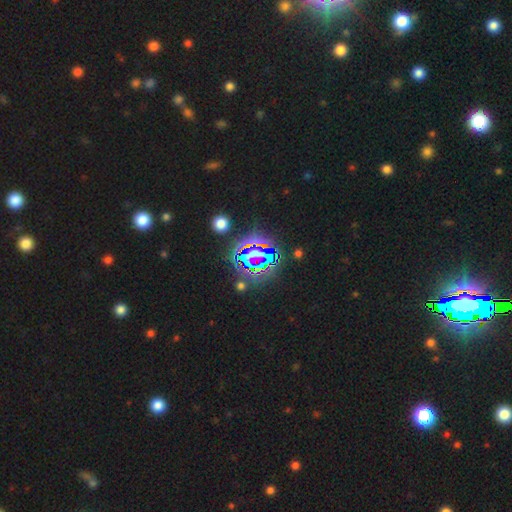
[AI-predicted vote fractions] A star or artifact, not a galaxy (74%).

Vote fractions:
- Smooth or featured? star or artifact: 74% / smooth: 14% / featured or disk: 12%